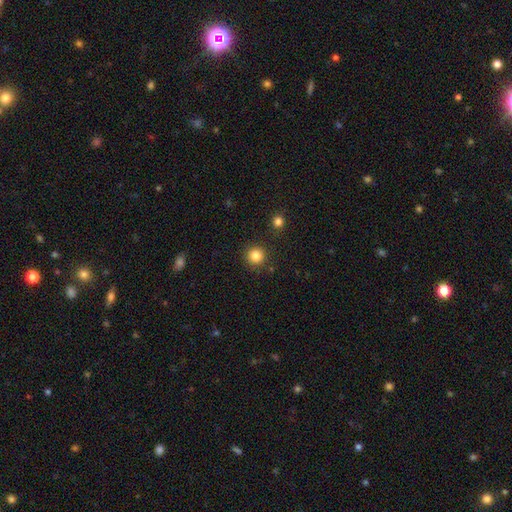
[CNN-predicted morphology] smooth_or_featured: smooth (p=0.84) [alt: star or artifact p=0.11]
how_rounded: round (p=0.94) [alt: in between p=0.05]
merging: none (p=0.90) [alt: minor disturbance p=0.06]